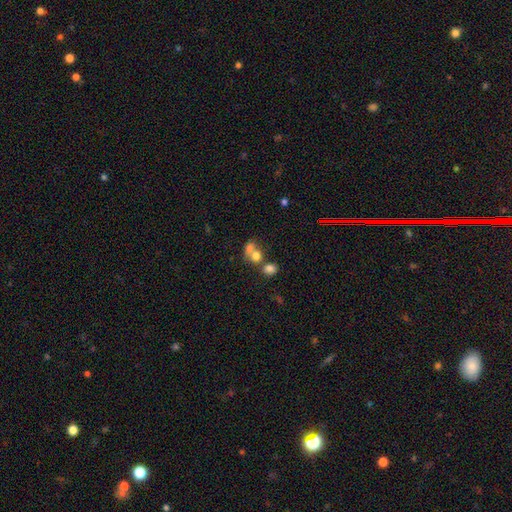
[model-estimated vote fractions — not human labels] The model was most divided on "merging": merger: 56%, none: 31%, minor disturbance: 7%, major disturbance: 5%. More confident: smooth or featured — smooth (72%); how rounded — round (63%).